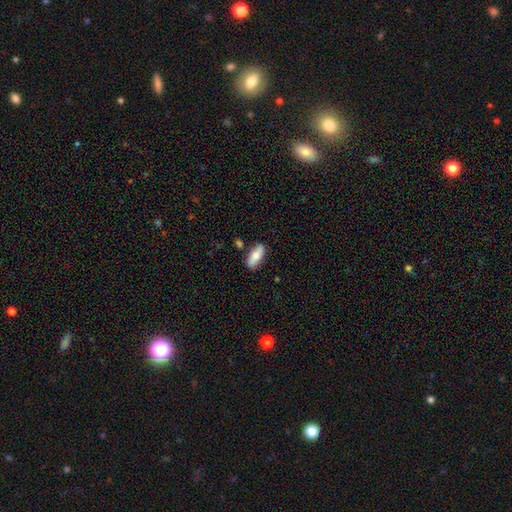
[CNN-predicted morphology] A smooth galaxy with no disk features (76%) that is in between round and cigar-shaped (78%). Merging: none (82%).